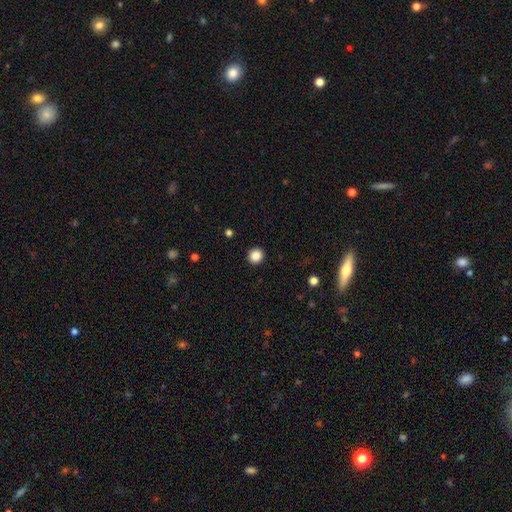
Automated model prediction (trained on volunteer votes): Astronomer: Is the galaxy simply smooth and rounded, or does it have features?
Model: smooth — 87%.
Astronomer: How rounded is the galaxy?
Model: round — 93%.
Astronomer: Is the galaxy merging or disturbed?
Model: none — 93%.